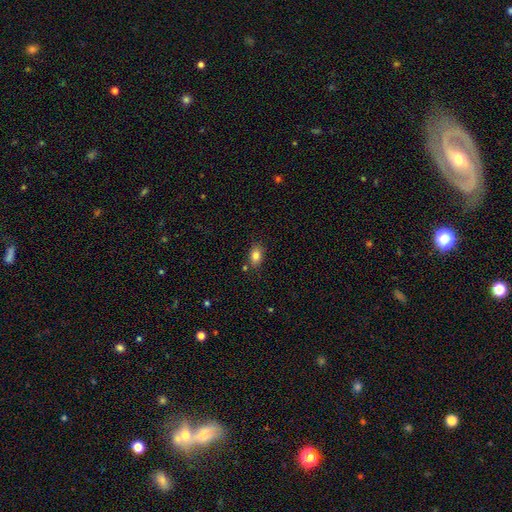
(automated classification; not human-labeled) Smooth or featured? smooth (82%)
How rounded? in between (83%)
Merging? none (80%)